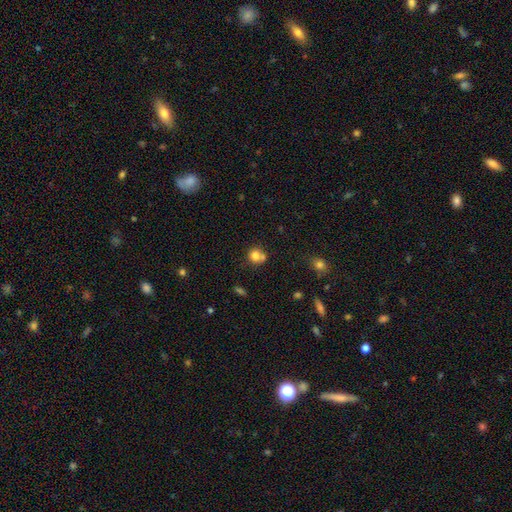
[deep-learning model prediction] Q: Smooth or featured?
A: smooth (78%); runner-up: star or artifact (12%)
Q: How rounded?
A: round (85%); runner-up: in between (14%)
Q: Merging?
A: none (50%); runner-up: merger (35%)